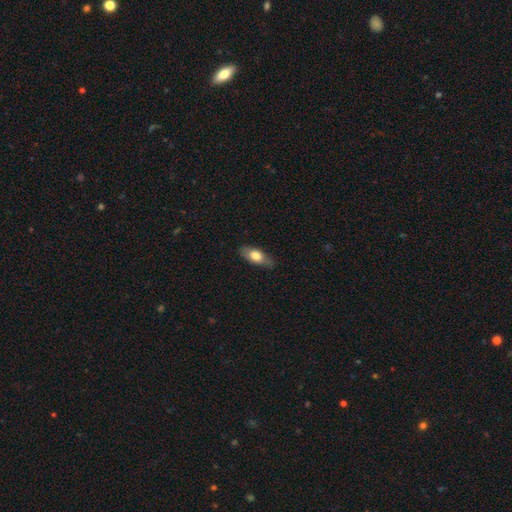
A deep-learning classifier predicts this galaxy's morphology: Smooth or featured?
  - smooth: 70% *
  - featured or disk: 24%
  - star or artifact: 6%
How rounded?
  - in between: 82% *
  - cigar-shaped: 14%
  - round: 4%
Merging?
  - none: 76% *
  - minor disturbance: 19%
  - major disturbance: 4%
  - merger: 1%